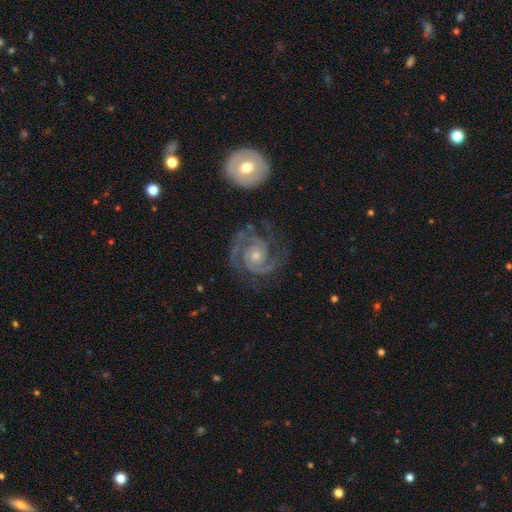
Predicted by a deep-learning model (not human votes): smooth_or_featured: featured or disk (p=0.91) [alt: star or artifact p=0.05]
disk_edge_on: no (p=0.98) [alt: yes p=0.02]
bar: no (p=0.73) [alt: weak p=0.20]
has_spiral_arms: yes (p=0.98) [alt: no p=0.02]
spiral_winding: tight (p=0.60) [alt: medium p=0.34]
spiral_arm_count: 2 (p=0.82) [alt: 3 p=0.08]
bulge_size: small (p=0.53) [alt: moderate p=0.42]
merging: none (p=0.71) [alt: minor disturbance p=0.16]